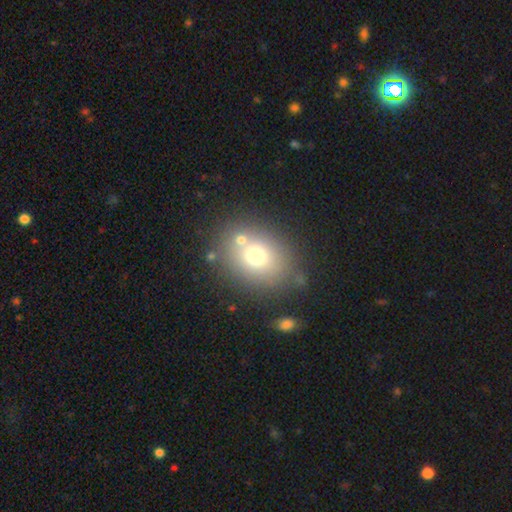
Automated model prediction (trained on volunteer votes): smooth 71%, featured or disk 16%, star or artifact 14%. Down the decision tree: how rounded — in between (54%); merging — none (71%).